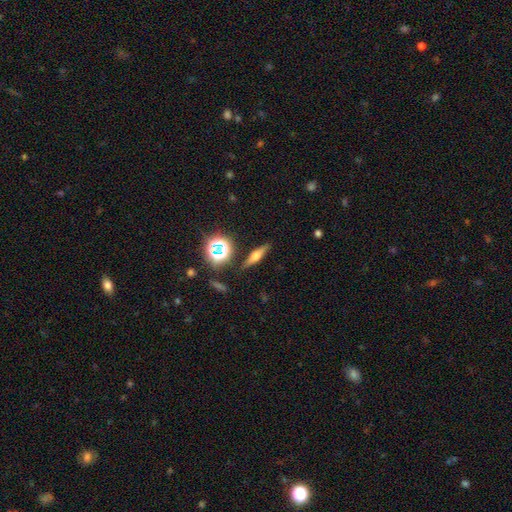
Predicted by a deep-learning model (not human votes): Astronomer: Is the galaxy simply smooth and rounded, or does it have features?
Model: featured or disk — 46% (runner-up: smooth, 39%).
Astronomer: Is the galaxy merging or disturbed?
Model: none — 86%.